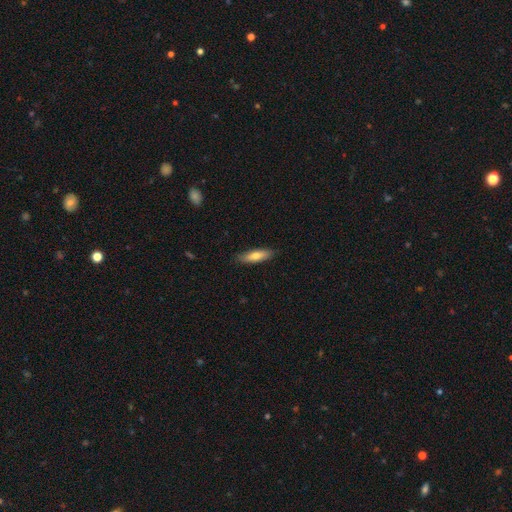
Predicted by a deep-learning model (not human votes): This is likely a smooth galaxy (73%). How rounded: possibly cigar-shaped (56%). Merging: clearly none (86%).